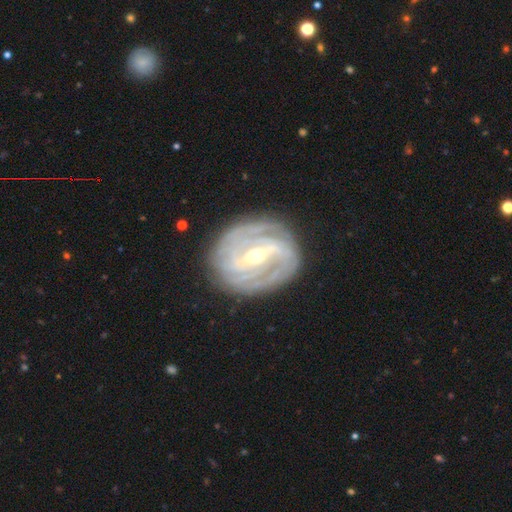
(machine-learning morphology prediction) A featured or disk galaxy (89%) with a strong bar (59%), 2 (30%) tight (72%) spiral arms (95%) and a moderate central bulge (50%).

Vote fractions:
- Smooth or featured? featured or disk: 89% / smooth: 6% / star or artifact: 5%
- Edge-on disk? no: 96% / yes: 4%
- Bar? strong: 59% / weak: 32% / no: 9%
- Spiral arms? yes: 95% / no: 5%
- Spiral winding? tight: 72% / medium: 22% / loose: 5%
- Spiral arm count? 2: 30% / can't tell: 26% / 3: 20% / 4: 13% / more than 4: 6% / 1: 5%
- Bulge size? moderate: 50% / small: 47% / large: 2% / none: 1% / dominant: 1%
- Merging? none: 83% / minor disturbance: 12% / major disturbance: 4% / merger: 1%